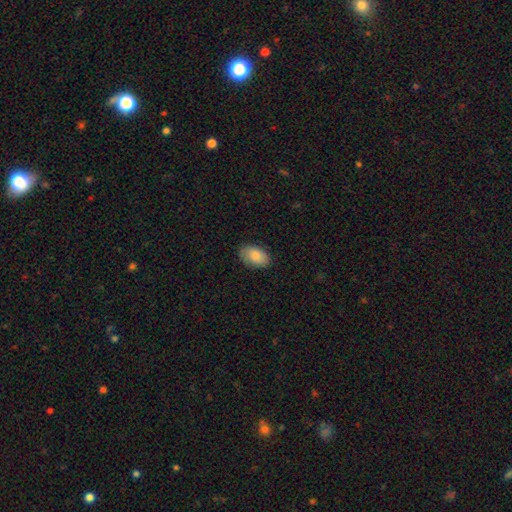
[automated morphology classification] type=smooth (86%); roundness=in between (93%); merging=none (84%).